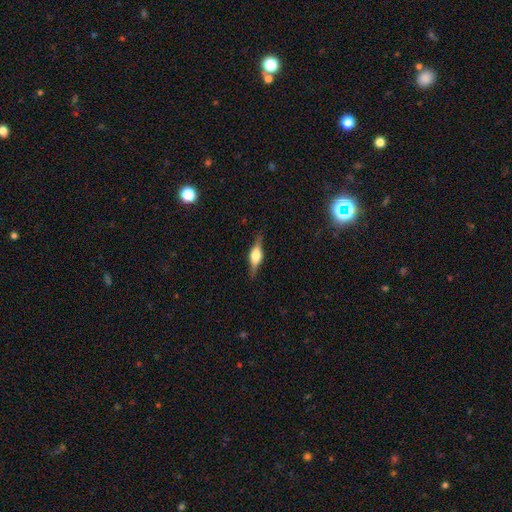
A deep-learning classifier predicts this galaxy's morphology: This is likely a featured or disk galaxy (70%). It is clearly viewed edge-on (96%). Edge-on bulge: clearly rounded (88%). Merging: clearly none (85%).